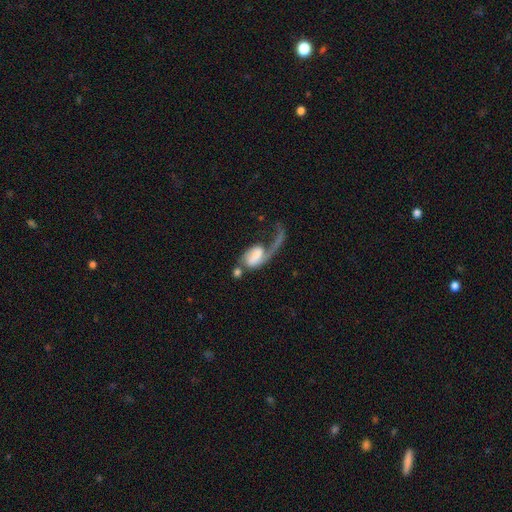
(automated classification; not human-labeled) Smooth or featured: featured or disk — 55% (smooth — 37%)
Edge-on disk: no — 95% (yes — 5%)
Bar: no — 45% (weak — 36%)
Spiral arms: yes — 75% (no — 25%)
Bulge size: moderate — 26% (large — 23%)
Merging: major disturbance — 49% (merger — 25%)